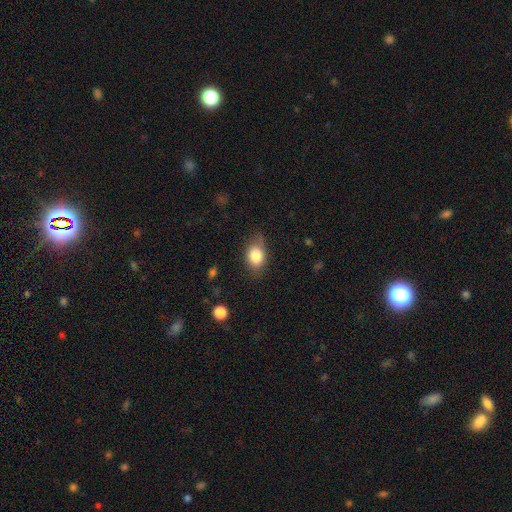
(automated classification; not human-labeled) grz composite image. It shows a smooth galaxy with no disk features (82%) that is in between round and cigar-shaped (78%). Merging: none (69%).